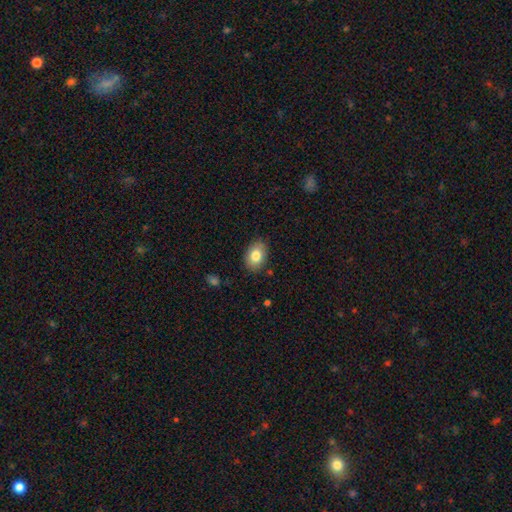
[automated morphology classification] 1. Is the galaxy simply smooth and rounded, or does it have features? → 82% smooth, 10% featured or disk, 8% star or artifact.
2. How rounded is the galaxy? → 82% in between, 17% round, 1% cigar-shaped.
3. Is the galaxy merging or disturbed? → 84% none, 12% minor disturbance, 3% major disturbance, 1% merger.